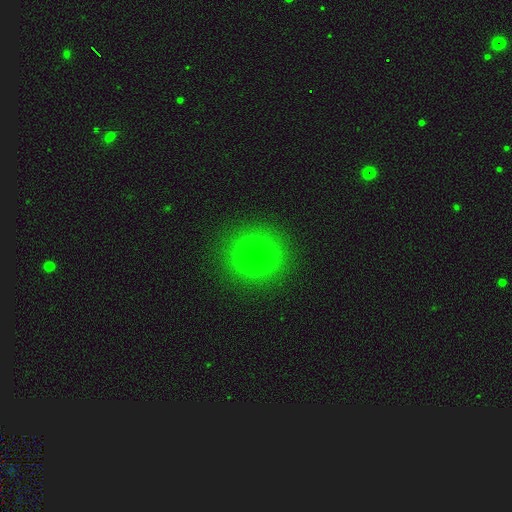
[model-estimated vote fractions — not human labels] smooth 76%, star or artifact 15%, featured or disk 9%. Down the decision tree: how rounded — round (88%); merging — none (87%).